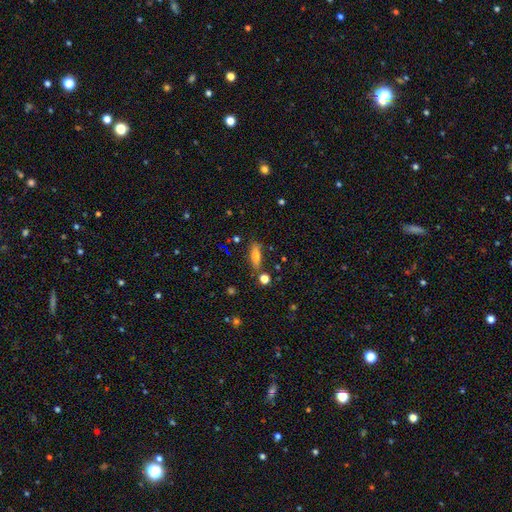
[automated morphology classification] Overall: smooth (68%). How rounded: in between (51%; cigar-shaped 45%). Merging: none (75%).